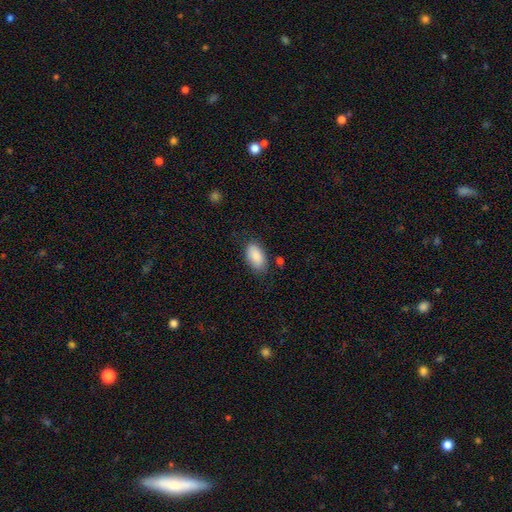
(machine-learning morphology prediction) A smooth galaxy with no disk features (89%) that is in between round and cigar-shaped (94%). Merging: none (79%).